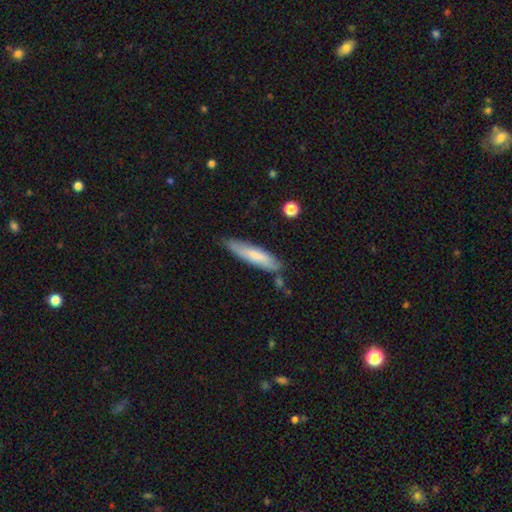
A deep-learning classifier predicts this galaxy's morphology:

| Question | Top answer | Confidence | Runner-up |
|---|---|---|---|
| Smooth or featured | smooth | 71% | featured or disk (24%) |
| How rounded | cigar-shaped | 78% | in between (21%) |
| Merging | none | 75% | minor disturbance (18%) |